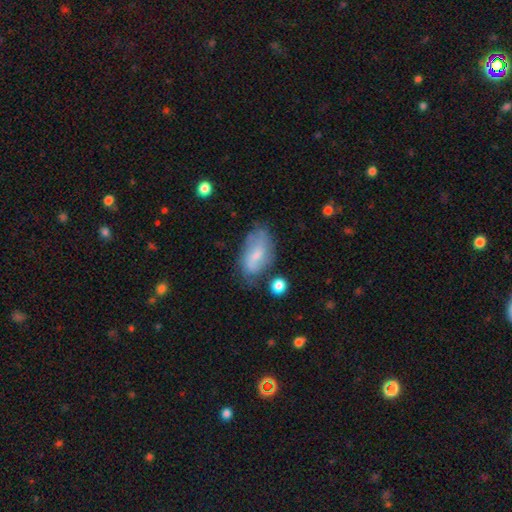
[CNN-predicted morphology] Smooth or featured? smooth (52%)
How rounded? in between (90%)
Merging? none (58%)